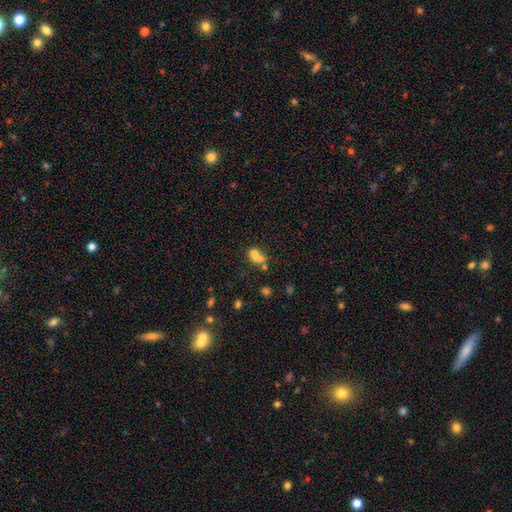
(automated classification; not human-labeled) Smooth or featured? smooth (70%)
How rounded? in between (75%)
Merging? none (31%)